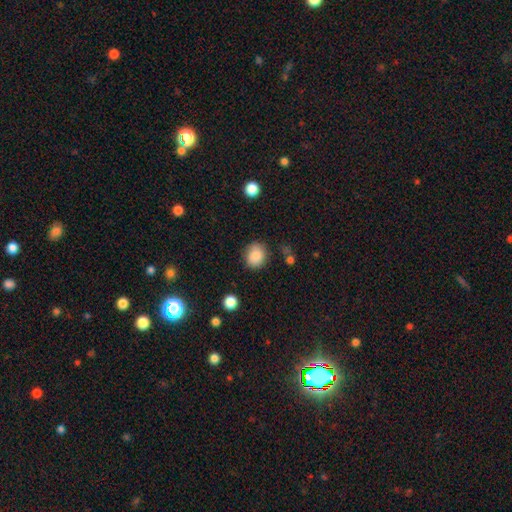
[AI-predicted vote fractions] Smooth or featured? smooth (86%)
How rounded? round (71%)
Merging? none (78%)